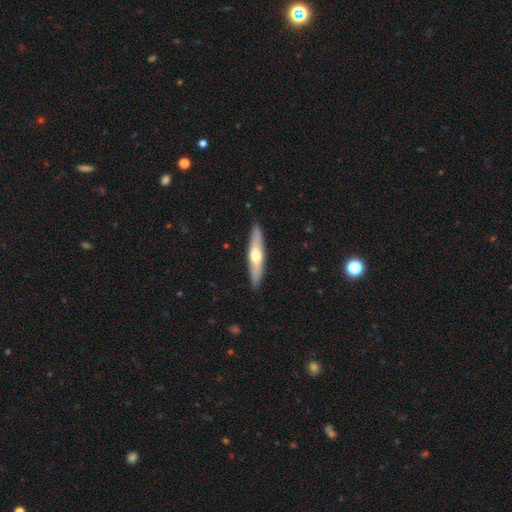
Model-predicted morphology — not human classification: Overall: smooth (48%; featured or disk 47%). Merging: none (89%).